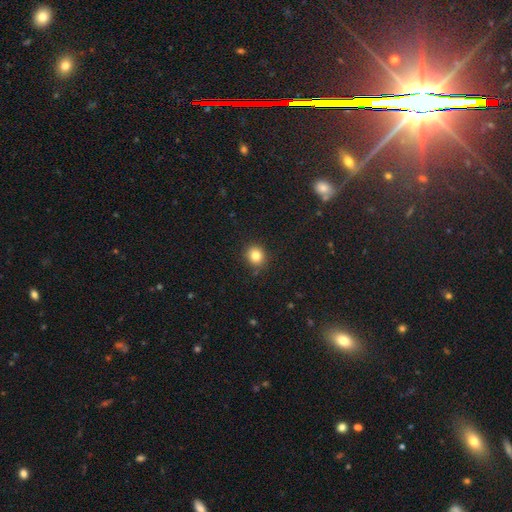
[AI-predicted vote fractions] This is clearly a smooth galaxy (83%). How rounded: clearly round (82%). Merging: clearly none (89%).